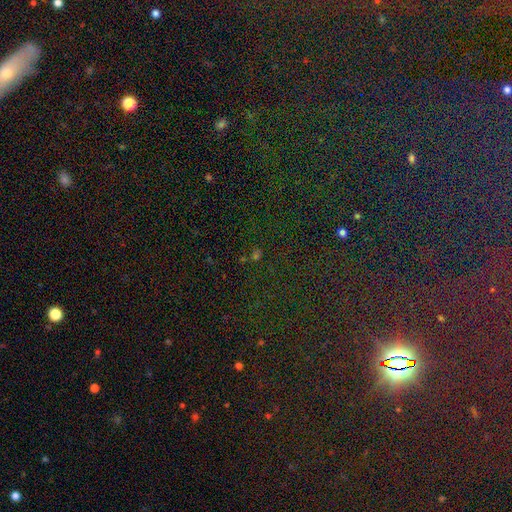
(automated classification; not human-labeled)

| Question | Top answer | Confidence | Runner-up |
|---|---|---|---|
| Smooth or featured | star or artifact | 73% | smooth (19%) |